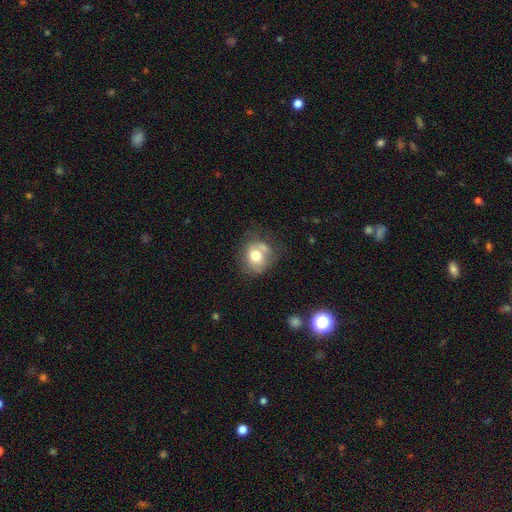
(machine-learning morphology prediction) smooth_or_featured: smooth (p=0.67) [alt: featured or disk p=0.23]
how_rounded: round (p=0.69) [alt: in between p=0.30]
merging: none (p=0.48) [alt: minor disturbance p=0.25]